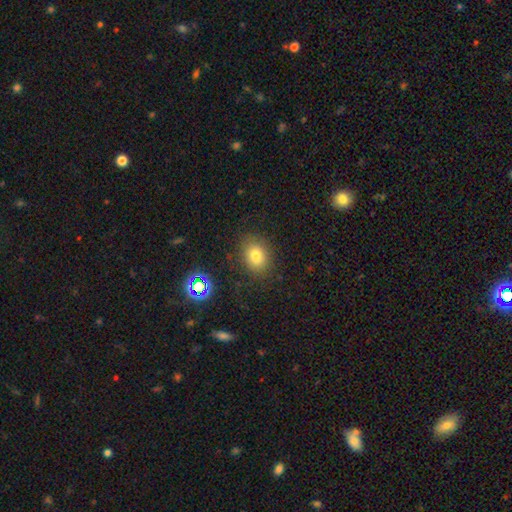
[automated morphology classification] smooth 76%, star or artifact 15%, featured or disk 10%. Down the decision tree: how rounded — in between (56%); merging — none (82%).